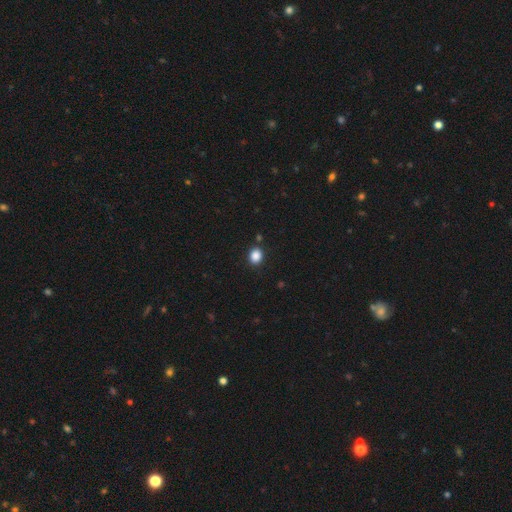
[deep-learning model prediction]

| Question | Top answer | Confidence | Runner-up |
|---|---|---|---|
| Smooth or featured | smooth | 87% | star or artifact (10%) |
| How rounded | round | 56% | in between (43%) |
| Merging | none | 87% | minor disturbance (8%) |